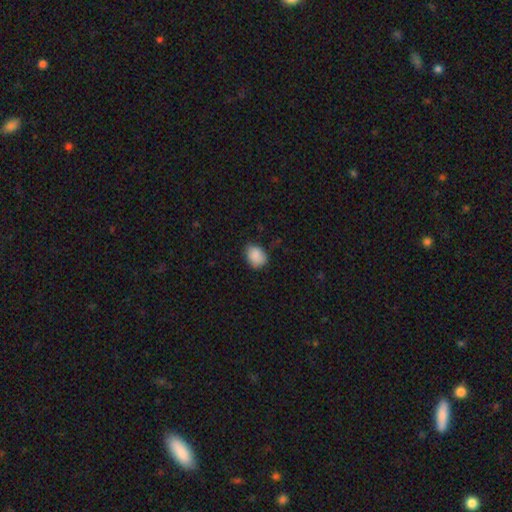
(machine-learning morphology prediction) The model was most divided on "how rounded": in between: 59%, round: 40%, cigar-shaped: 1%. More confident: smooth or featured — smooth (88%); merging — none (75%).